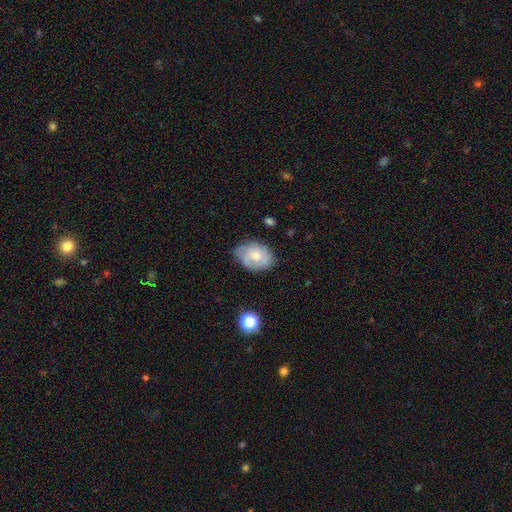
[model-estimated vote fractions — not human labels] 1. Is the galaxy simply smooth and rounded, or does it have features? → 56% smooth, 36% featured or disk, 8% star or artifact.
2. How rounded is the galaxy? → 73% in between, 26% round, 1% cigar-shaped.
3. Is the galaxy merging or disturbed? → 62% none, 29% minor disturbance, 7% major disturbance, 2% merger.